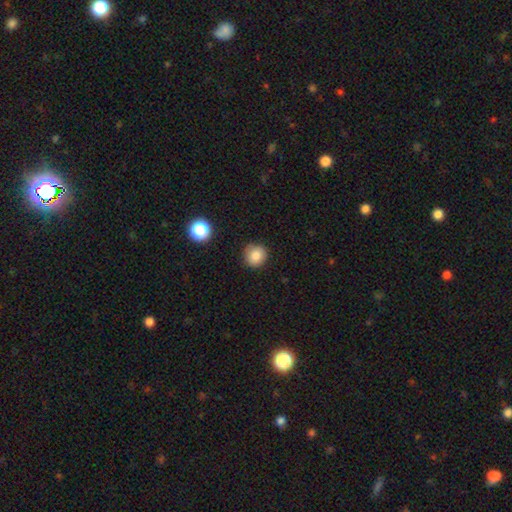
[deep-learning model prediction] The model was most divided on "smooth or featured": smooth: 83%, star or artifact: 11%, featured or disk: 6%. More confident: how rounded — round (92%); merging — none (85%).